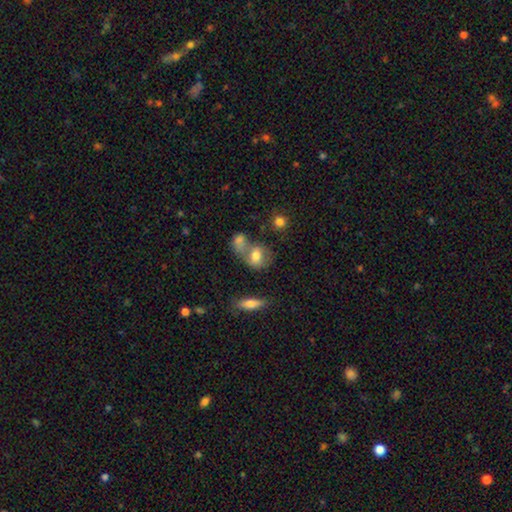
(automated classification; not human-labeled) A smooth galaxy with no disk features (70%) that is in between round and cigar-shaped (60%).

Vote fractions:
- Smooth or featured? smooth: 70% / featured or disk: 20% / star or artifact: 10%
- How rounded? in between: 60% / round: 38% / cigar-shaped: 3%
- Merging? merger: 44% / none: 34% / minor disturbance: 13% / major disturbance: 8%